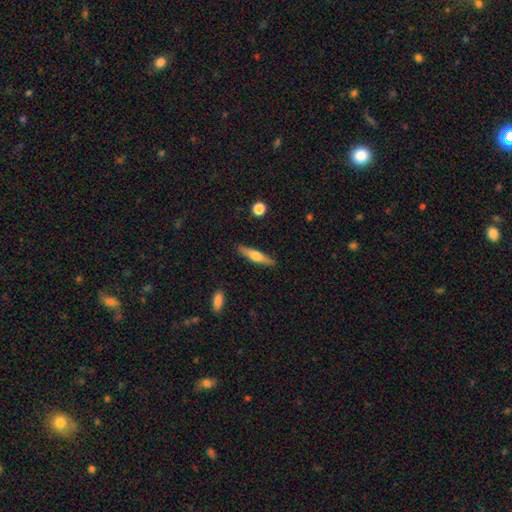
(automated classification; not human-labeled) Q: Smooth or featured?
A: smooth (49%); runner-up: featured or disk (45%)
Q: Merging?
A: none (89%); runner-up: minor disturbance (8%)